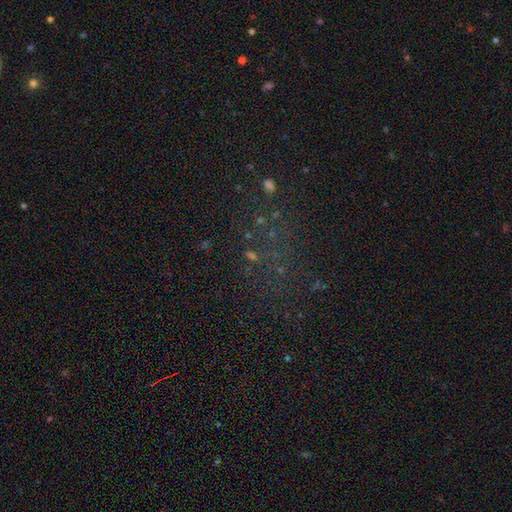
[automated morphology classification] smooth-or-featured: star or artifact: 59% | smooth: 23% | featured or disk: 18%